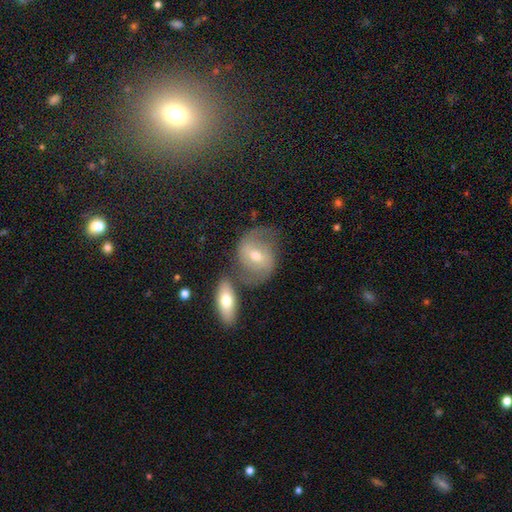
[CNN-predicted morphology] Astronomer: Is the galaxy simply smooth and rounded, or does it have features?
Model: featured or disk — 67%.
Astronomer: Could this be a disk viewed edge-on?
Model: no — 96%.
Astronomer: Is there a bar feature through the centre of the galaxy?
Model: weak — 51% (runner-up: no, 29%).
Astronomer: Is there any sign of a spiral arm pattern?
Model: yes — 88%.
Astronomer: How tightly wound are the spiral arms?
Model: medium — 50% (runner-up: tight, 26%).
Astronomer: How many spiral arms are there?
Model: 2 — 86%.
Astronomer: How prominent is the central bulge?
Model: moderate — 64%.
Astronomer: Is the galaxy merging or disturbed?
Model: none — 59%.